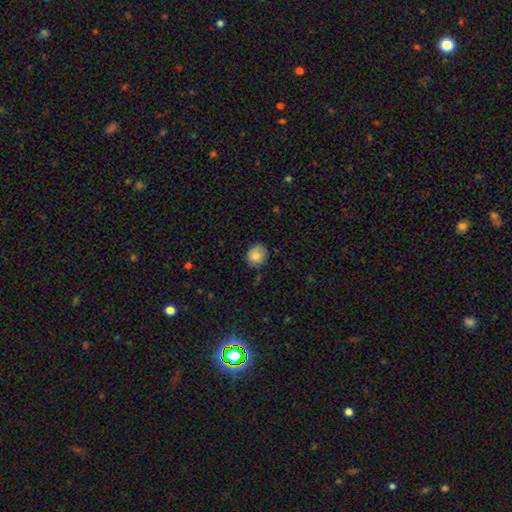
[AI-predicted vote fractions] Smooth or featured? smooth (81%)
How rounded? round (77%)
Merging? none (73%)